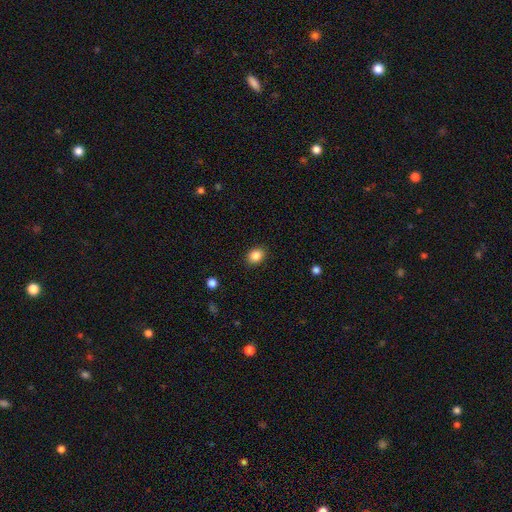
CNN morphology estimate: smooth_or_featured: smooth (p=0.86) [alt: star or artifact p=0.10]
how_rounded: in between (p=0.50) [alt: round p=0.49]
merging: none (p=0.89) [alt: minor disturbance p=0.08]